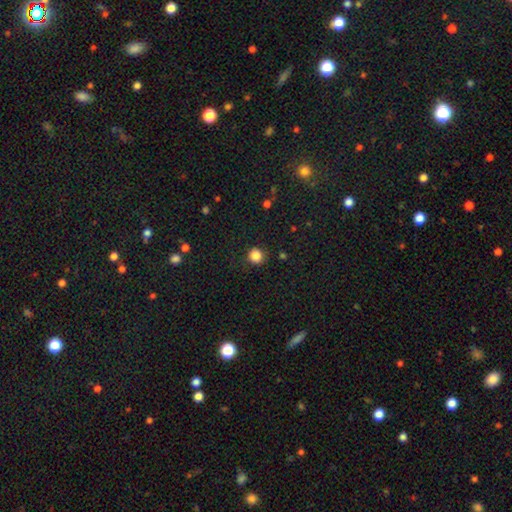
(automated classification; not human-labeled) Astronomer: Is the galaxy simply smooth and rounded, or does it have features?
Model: smooth — 85%.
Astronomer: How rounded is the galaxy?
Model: round — 91%.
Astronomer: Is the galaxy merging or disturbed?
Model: none — 87%.